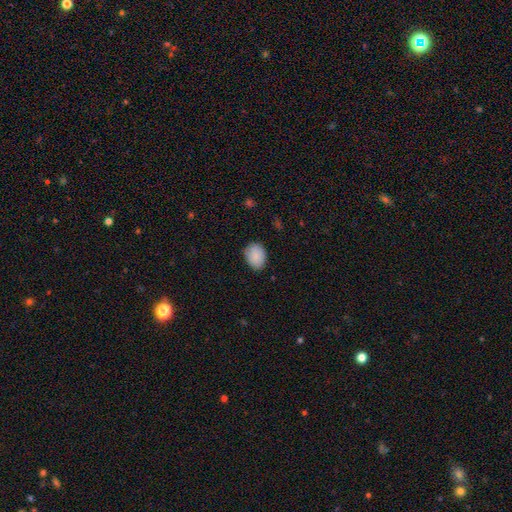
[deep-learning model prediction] Smooth or featured: smooth — 89% (star or artifact — 7%)
How rounded: in between — 71% (round — 28%)
Merging: none — 81% (minor disturbance — 15%)